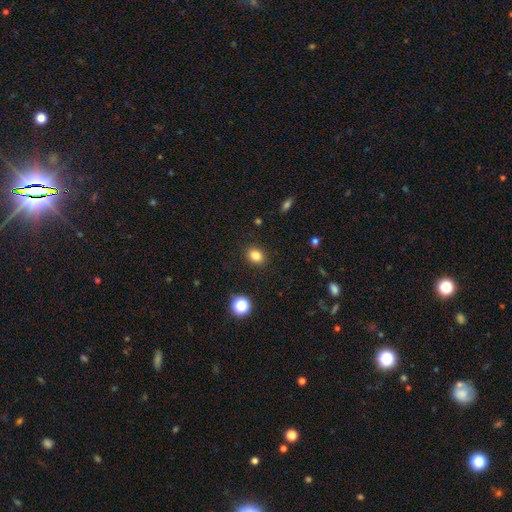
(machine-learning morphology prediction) Smooth or featured? smooth (82%)
How rounded? in between (53%)
Merging? none (89%)